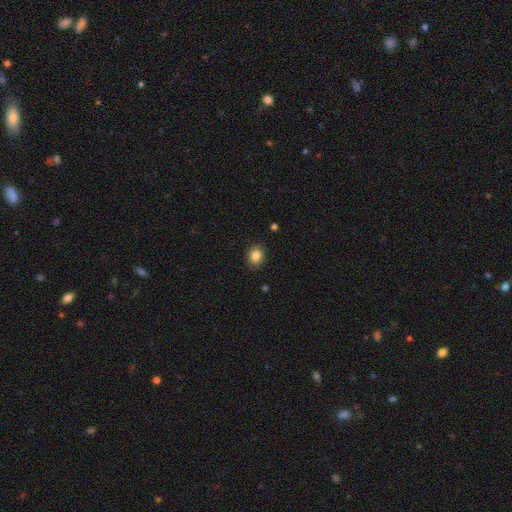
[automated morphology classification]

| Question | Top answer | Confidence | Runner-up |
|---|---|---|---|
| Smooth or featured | smooth | 84% | star or artifact (10%) |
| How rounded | round | 61% | in between (38%) |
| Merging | none | 89% | minor disturbance (8%) |